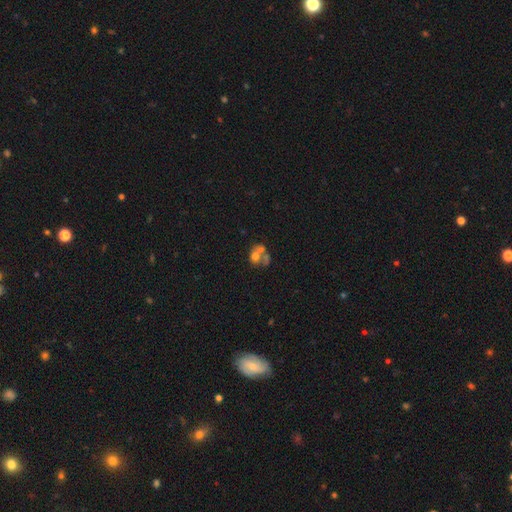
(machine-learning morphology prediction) Smooth or featured?
  - smooth: 51% *
  - featured or disk: 35%
  - star or artifact: 14%
How rounded?
  - round: 52% *
  - in between: 47%
  - cigar-shaped: 1%
Merging?
  - merger: 59% *
  - none: 22%
  - major disturbance: 11%
  - minor disturbance: 8%